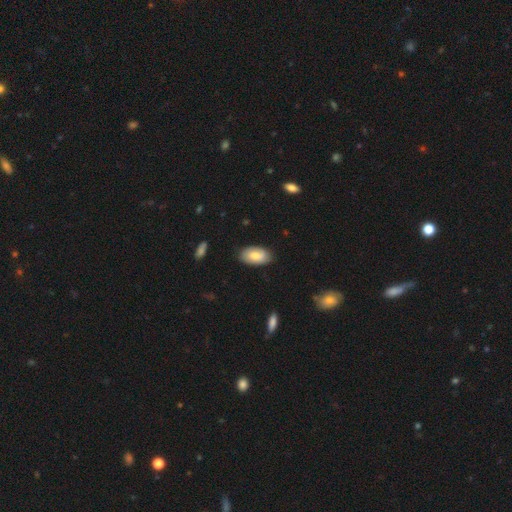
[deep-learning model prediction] A smooth galaxy with no disk features (77%) that is in between round and cigar-shaped (95%). Merging: none (83%).